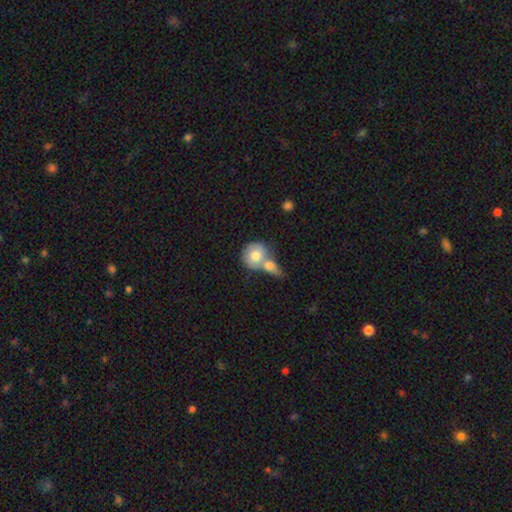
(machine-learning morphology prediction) Smooth or featured? Predicted: smooth (p=0.73). How rounded? Predicted: round (p=0.76). Merging? Predicted: merger (p=0.65).